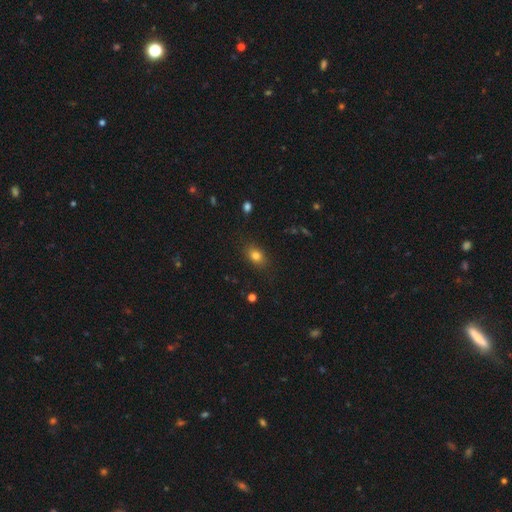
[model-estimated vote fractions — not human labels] Overall: smooth (80%). How rounded: in between (72%). Merging: none (85%).